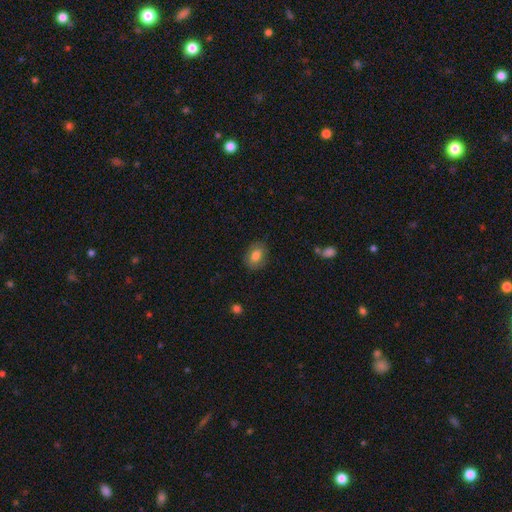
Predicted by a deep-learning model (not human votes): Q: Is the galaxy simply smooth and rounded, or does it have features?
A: smooth — 77%.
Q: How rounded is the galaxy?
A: in between — 70%.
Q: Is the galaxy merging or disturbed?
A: none — 83%.